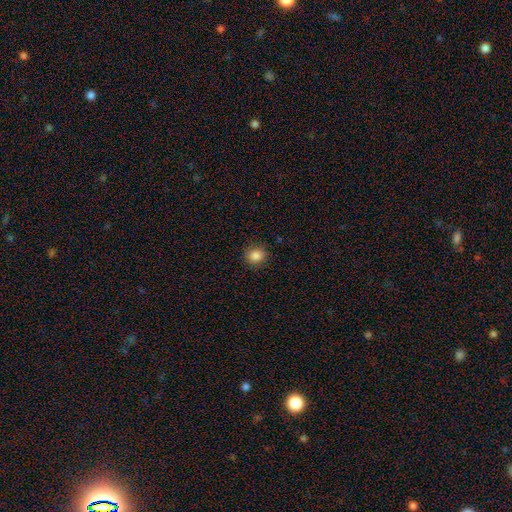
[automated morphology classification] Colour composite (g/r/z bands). It shows a smooth galaxy with no disk features (85%) that is round (84%). Merging: none (89%).